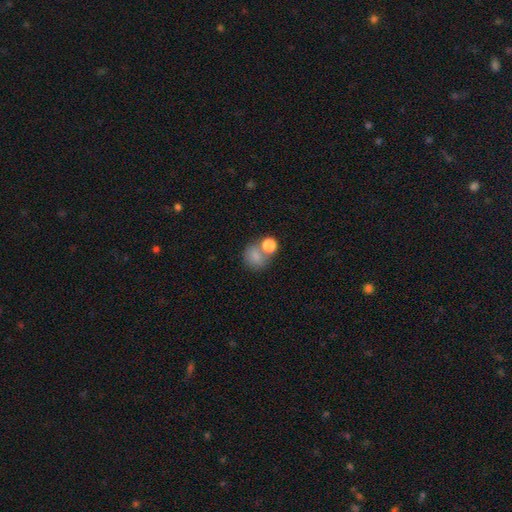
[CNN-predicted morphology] The model was most divided on "merging": none: 43%, merger: 38%, minor disturbance: 12%, major disturbance: 7%. More confident: smooth or featured — smooth (77%); how rounded — round (71%).